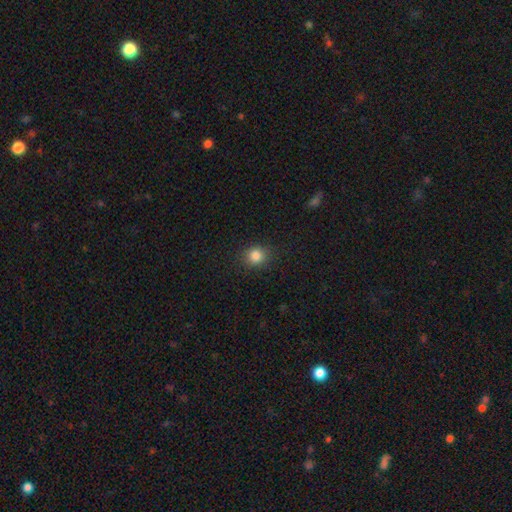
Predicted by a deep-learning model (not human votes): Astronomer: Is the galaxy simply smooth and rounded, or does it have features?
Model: smooth — 84%.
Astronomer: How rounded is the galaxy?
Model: round — 78%.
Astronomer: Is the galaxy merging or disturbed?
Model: none — 88%.